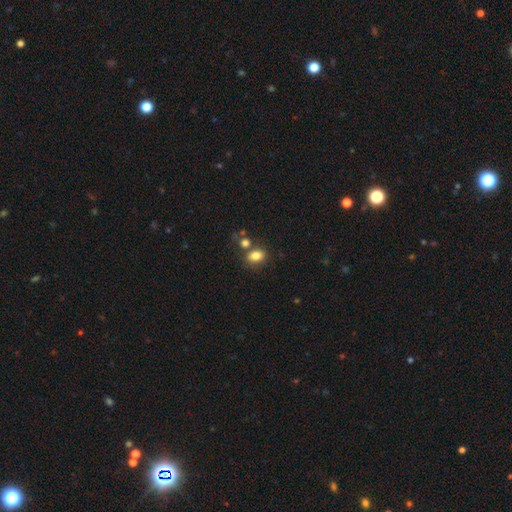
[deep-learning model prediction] This appears to be a smooth galaxy with no disk features (82%) that is in between round and cigar-shaped (77%). Merging: none (63%).